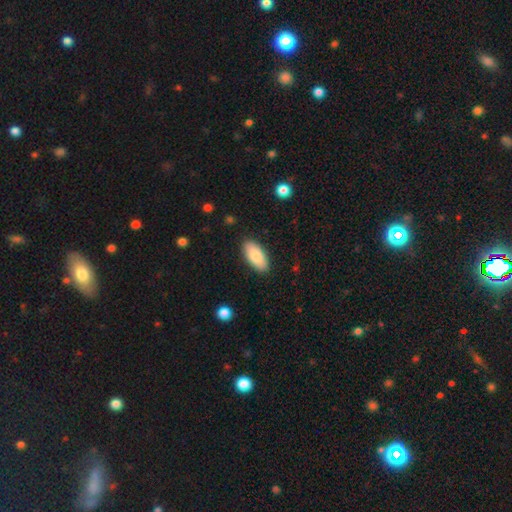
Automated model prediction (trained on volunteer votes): A smooth galaxy with no disk features (85%) that is in between round and cigar-shaped (89%).

Vote fractions:
- Smooth or featured? smooth: 85% / featured or disk: 9% / star or artifact: 6%
- How rounded? in between: 89% / cigar-shaped: 9% / round: 2%
- Merging? none: 88% / minor disturbance: 9% / major disturbance: 2% / merger: 1%